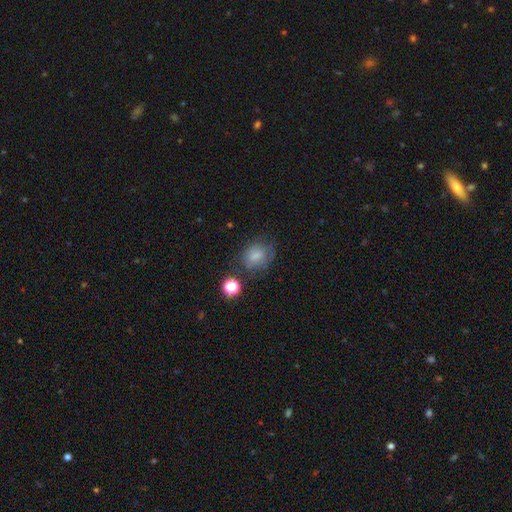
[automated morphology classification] Q: Smooth or featured?
A: smooth (71%); runner-up: featured or disk (16%)
Q: How rounded?
A: round (52%); runner-up: in between (47%)
Q: Merging?
A: none (61%); runner-up: minor disturbance (23%)